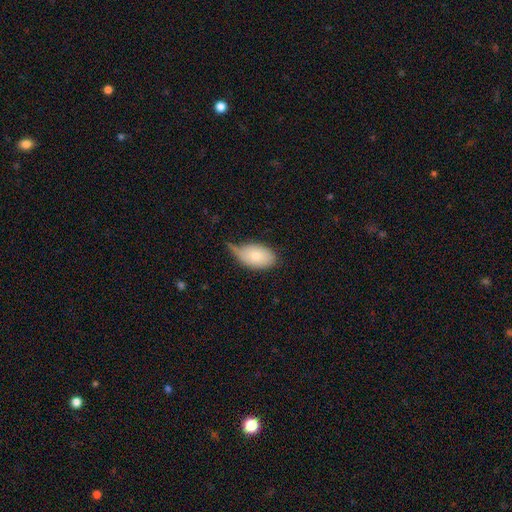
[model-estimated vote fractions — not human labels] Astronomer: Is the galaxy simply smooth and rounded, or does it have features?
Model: smooth — 80%.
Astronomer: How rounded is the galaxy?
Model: in between — 92%.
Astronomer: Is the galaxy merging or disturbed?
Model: minor disturbance — 42% (runner-up: none, 38%).